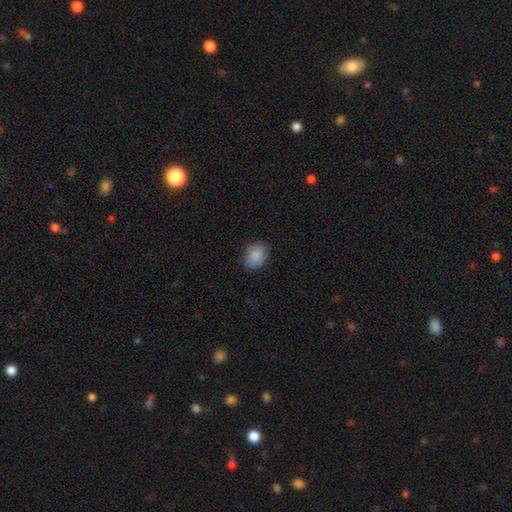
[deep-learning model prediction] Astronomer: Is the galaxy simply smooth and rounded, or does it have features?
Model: smooth — 88%.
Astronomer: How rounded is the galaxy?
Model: in between — 67%.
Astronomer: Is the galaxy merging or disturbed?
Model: none — 83%.